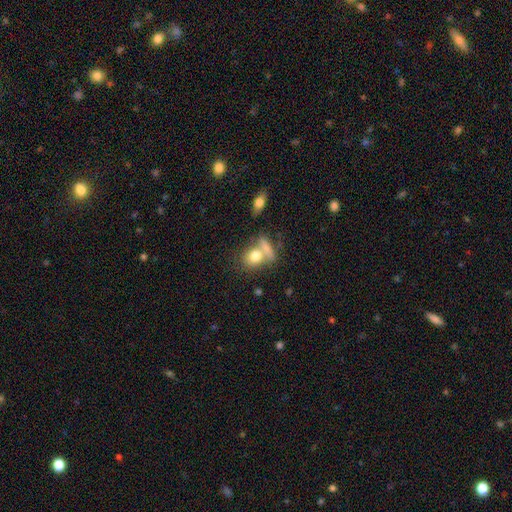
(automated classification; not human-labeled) Overall: smooth (76%). How rounded: in between (53%; round 44%). Merging: merger (45%; none 36%).